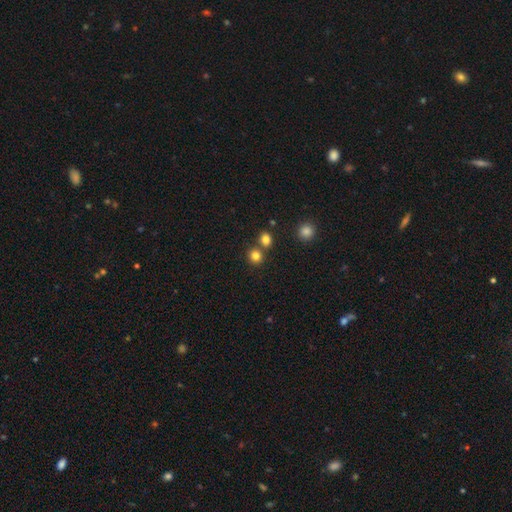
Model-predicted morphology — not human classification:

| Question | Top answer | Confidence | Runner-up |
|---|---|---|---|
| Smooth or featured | smooth | 82% | star or artifact (13%) |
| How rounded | round | 86% | in between (13%) |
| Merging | none | 70% | merger (21%) |